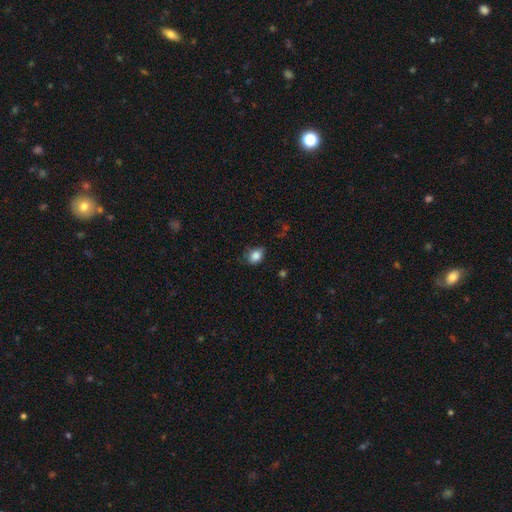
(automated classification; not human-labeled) Smooth or featured? smooth (85%)
How rounded? in between (69%)
Merging? none (63%)